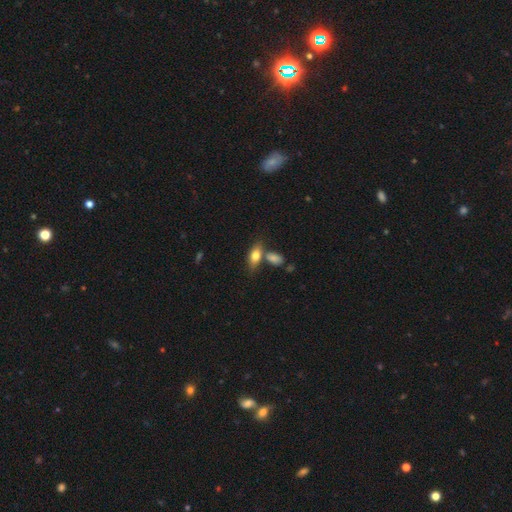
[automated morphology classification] Smooth or featured? Predicted: smooth (p=0.73). How rounded? Predicted: in between (p=0.81). Merging? Predicted: none (p=0.54).